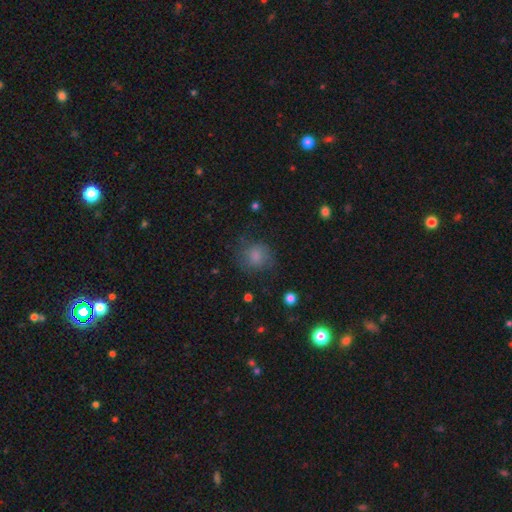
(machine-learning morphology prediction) Smooth or featured? smooth (76%)
How rounded? round (79%)
Merging? none (65%)